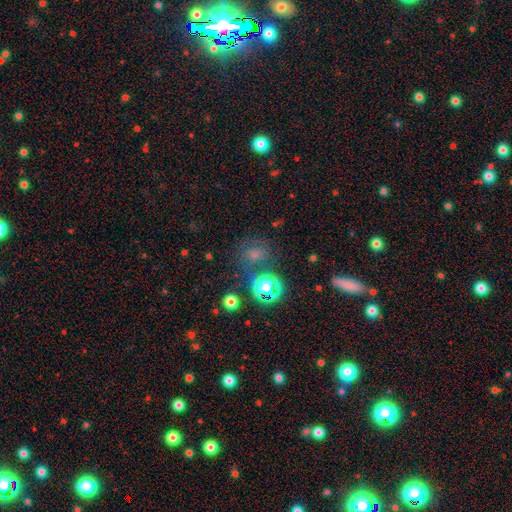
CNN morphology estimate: This is possibly a smooth galaxy (57%). How rounded: likely round (76%). Merging: likely none (66%).